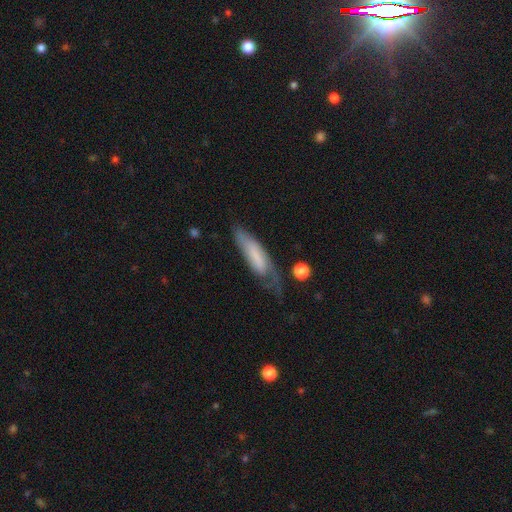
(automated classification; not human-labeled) Smooth or featured?
  - smooth: 53% *
  - featured or disk: 40%
  - star or artifact: 7%
How rounded?
  - cigar-shaped: 53% *
  - in between: 45%
  - round: 2%
Merging?
  - none: 39% *
  - minor disturbance: 30%
  - major disturbance: 27%
  - merger: 3%